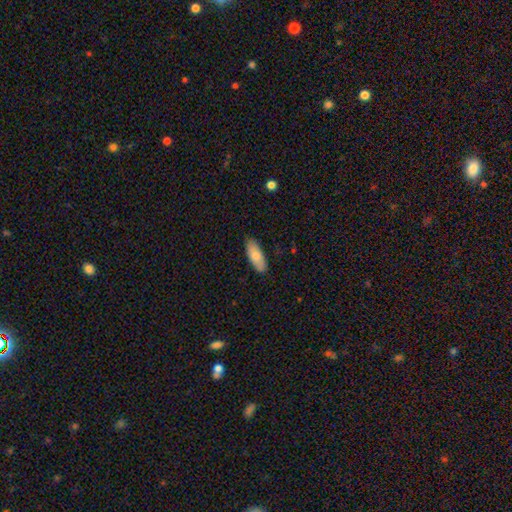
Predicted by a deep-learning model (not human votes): Smooth or featured?
  - smooth: 80% *
  - featured or disk: 14%
  - star or artifact: 6%
How rounded?
  - in between: 76% *
  - cigar-shaped: 22%
  - round: 2%
Merging?
  - none: 87% *
  - minor disturbance: 10%
  - major disturbance: 2%
  - merger: 1%